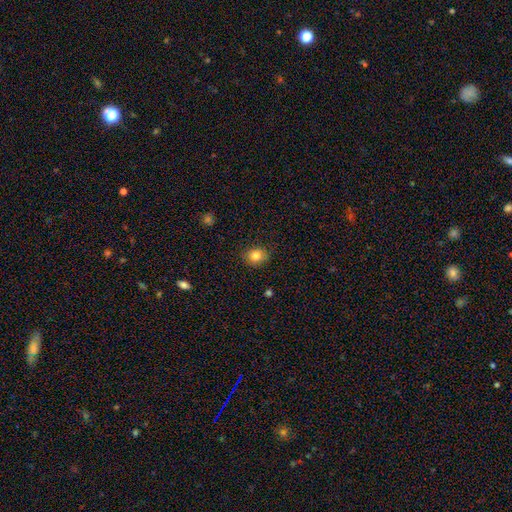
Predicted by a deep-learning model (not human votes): smooth_or_featured: smooth (p=0.83) [alt: star or artifact p=0.10]
how_rounded: round (p=0.66) [alt: in between p=0.33]
merging: none (p=0.86) [alt: minor disturbance p=0.10]